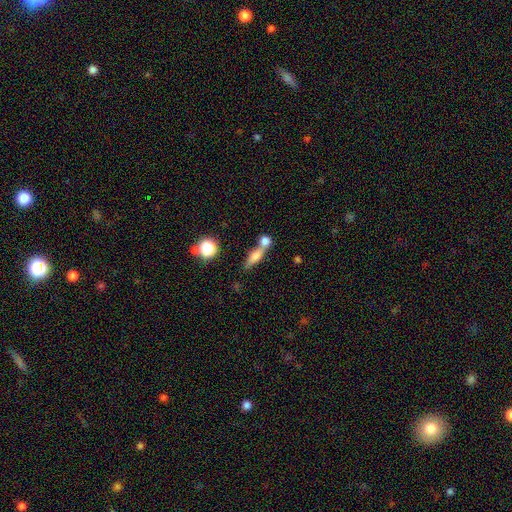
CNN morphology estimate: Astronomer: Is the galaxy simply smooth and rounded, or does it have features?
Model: smooth — 62%.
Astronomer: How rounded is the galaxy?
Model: cigar-shaped — 47% (runner-up: in between, 40%).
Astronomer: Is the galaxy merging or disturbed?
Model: none — 43% (runner-up: merger, 42%).